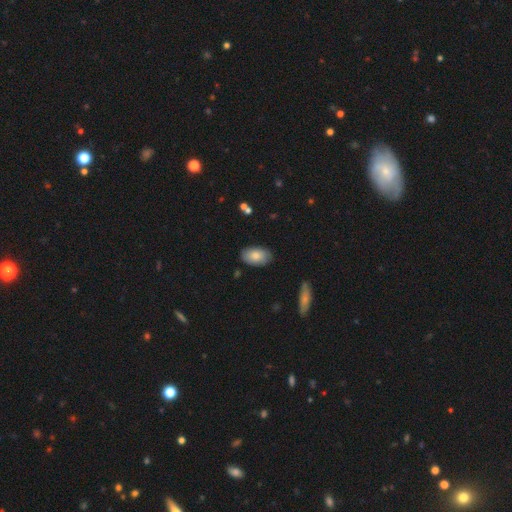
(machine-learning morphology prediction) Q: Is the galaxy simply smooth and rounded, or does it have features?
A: smooth — 82%.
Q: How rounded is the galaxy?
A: in between — 94%.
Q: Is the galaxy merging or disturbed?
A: none — 84%.